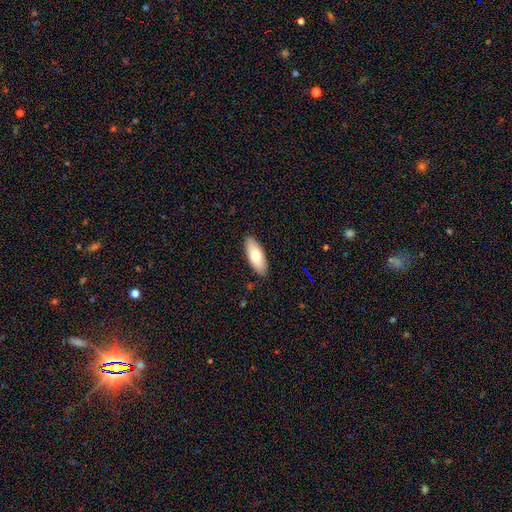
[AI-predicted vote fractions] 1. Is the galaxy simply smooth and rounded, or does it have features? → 72% smooth, 22% featured or disk, 6% star or artifact.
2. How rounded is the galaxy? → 83% in between, 15% cigar-shaped, 2% round.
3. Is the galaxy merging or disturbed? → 88% none, 9% minor disturbance, 2% major disturbance, 1% merger.